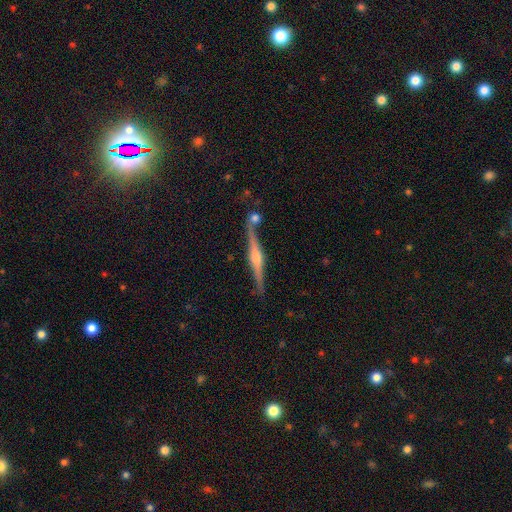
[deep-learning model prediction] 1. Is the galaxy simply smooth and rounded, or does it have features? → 66% featured or disk, 17% star or artifact, 17% smooth.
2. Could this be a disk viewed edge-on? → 90% yes, 10% no.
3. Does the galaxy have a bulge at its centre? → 81% rounded, 10% none, 8% boxy.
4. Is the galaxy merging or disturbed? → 79% none, 12% minor disturbance, 4% merger, 4% major disturbance.